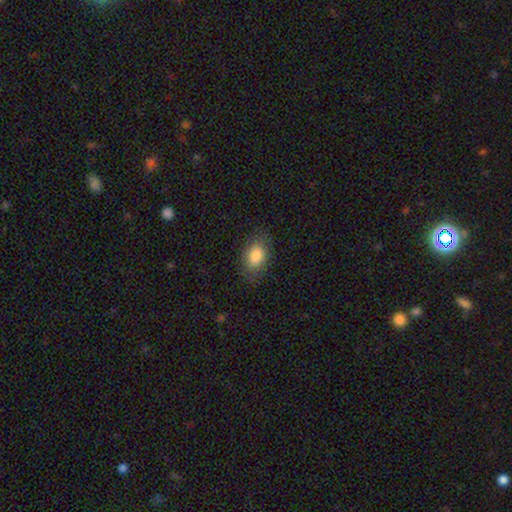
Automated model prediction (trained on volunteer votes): A smooth galaxy with no disk features (85%) that is in between round and cigar-shaped (83%). Merging: none (81%).